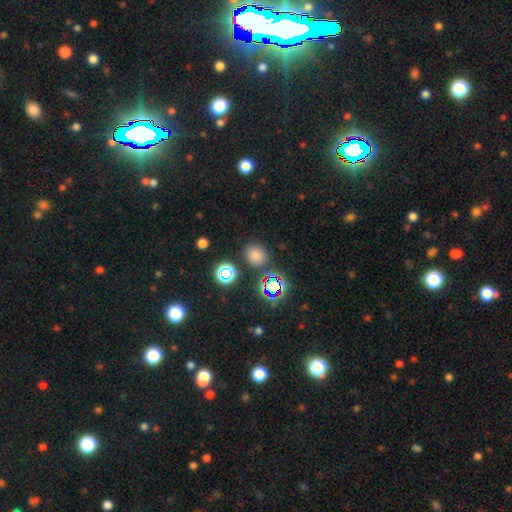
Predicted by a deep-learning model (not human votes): Smooth or featured? smooth (69%)
How rounded? round (77%)
Merging? none (80%)